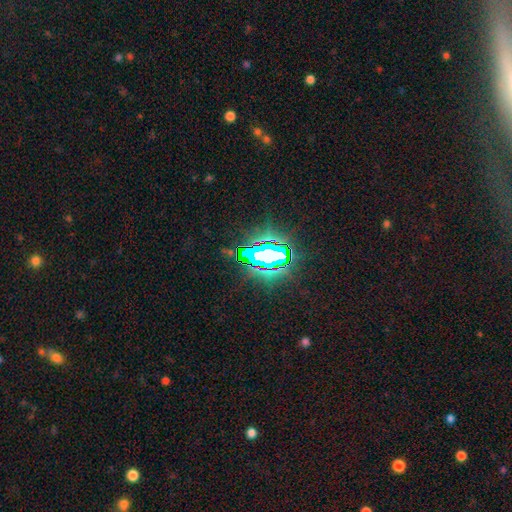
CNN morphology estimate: smooth-or-featured: star or artifact: 79% | smooth: 11% | featured or disk: 10%